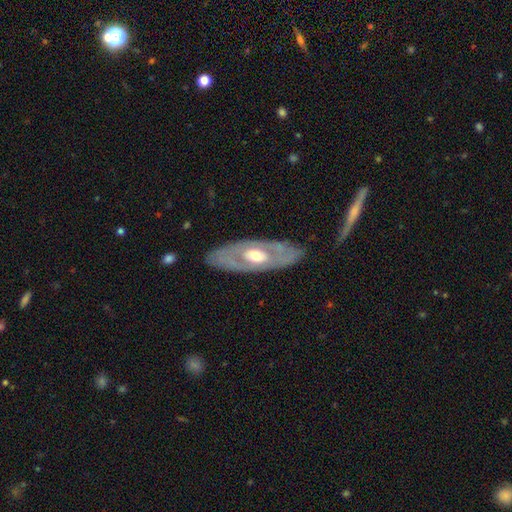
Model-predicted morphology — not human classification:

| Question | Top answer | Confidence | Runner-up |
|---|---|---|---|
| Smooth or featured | featured or disk | 68% | smooth (28%) |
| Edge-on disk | no | 79% | yes (21%) |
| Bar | no | 76% | weak (17%) |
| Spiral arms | no | 76% | yes (24%) |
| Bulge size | moderate | 68% | large (17%) |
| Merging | none | 82% | minor disturbance (13%) |